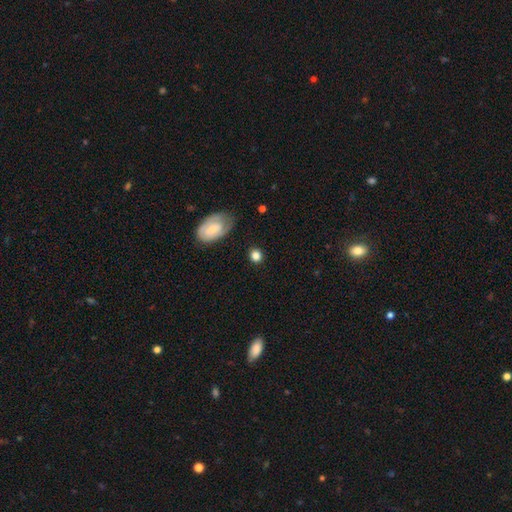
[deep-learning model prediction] A smooth galaxy with no disk features (80%) that is round (72%).

Vote fractions:
- Smooth or featured? smooth: 80% / featured or disk: 11% / star or artifact: 8%
- How rounded? round: 72% / in between: 26% / cigar-shaped: 1%
- Merging? none: 81% / minor disturbance: 12% / major disturbance: 4% / merger: 2%